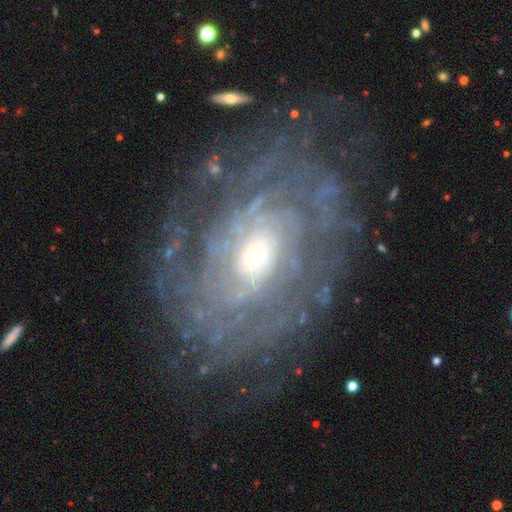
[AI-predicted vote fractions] Overall: featured or disk (85%). Edge-on disk: no (95%). Bar: no (75%). Spiral arms: yes (91%). Spiral arm count: can't tell (40%; more than 4 20%). Spiral winding: tight (74%). Bulge size: small (57%; moderate 32%). Merging: none (70%).